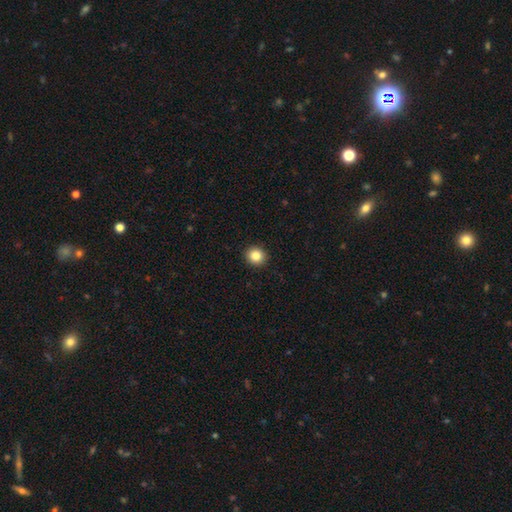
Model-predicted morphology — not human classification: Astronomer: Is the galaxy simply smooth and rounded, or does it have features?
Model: smooth — 85%.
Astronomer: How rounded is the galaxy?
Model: round — 90%.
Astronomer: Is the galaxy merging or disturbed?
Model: none — 93%.